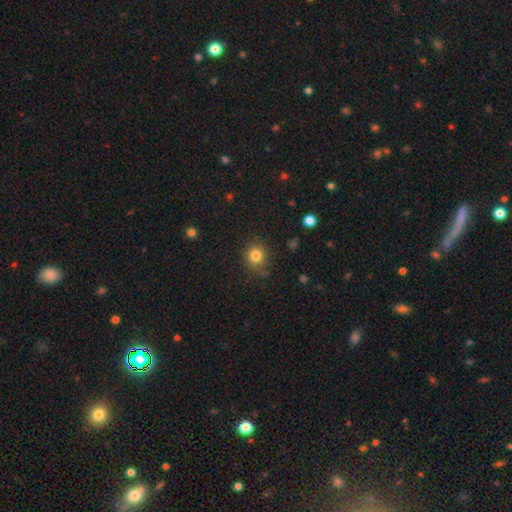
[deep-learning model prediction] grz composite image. It shows a smooth galaxy with no disk features (80%) that is round (84%). Merging: none (76%).